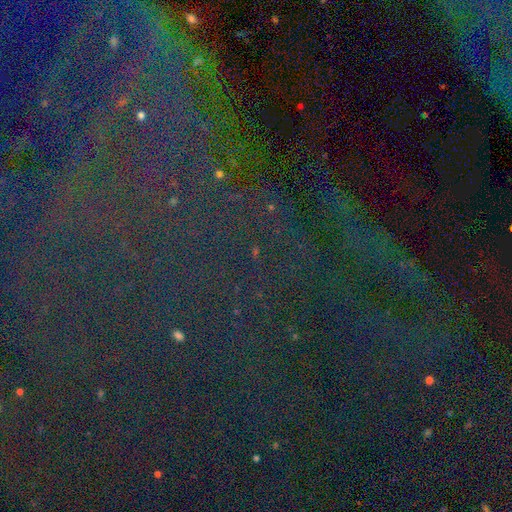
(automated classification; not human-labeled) star or artifact 82%, smooth 9%, featured or disk 8%.